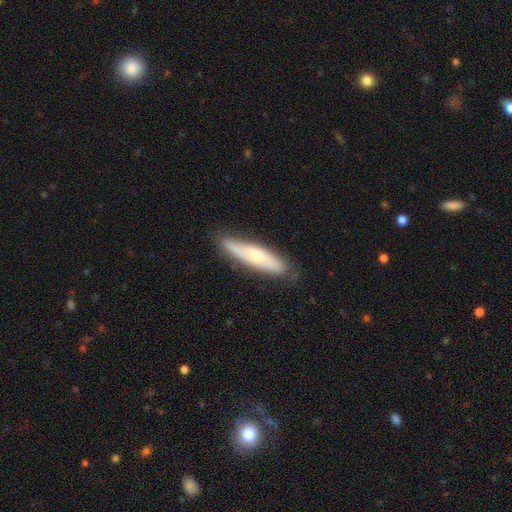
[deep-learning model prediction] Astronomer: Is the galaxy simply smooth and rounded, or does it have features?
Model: smooth — 50% (runner-up: featured or disk, 44%).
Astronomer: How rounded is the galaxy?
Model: cigar-shaped — 78%.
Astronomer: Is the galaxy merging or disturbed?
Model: none — 77%.